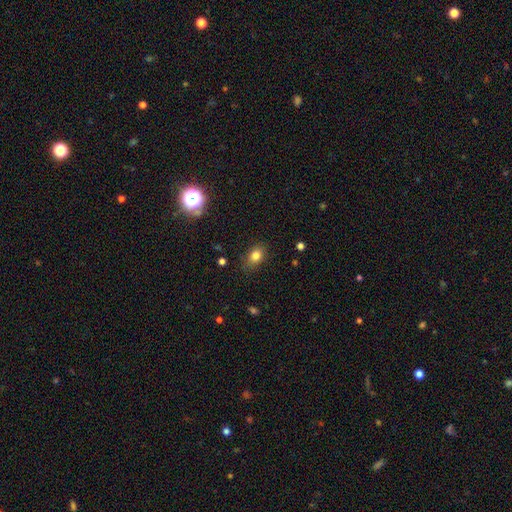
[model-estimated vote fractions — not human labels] Q: Smooth or featured?
A: smooth (81%); runner-up: star or artifact (11%)
Q: How rounded?
A: in between (69%); runner-up: round (29%)
Q: Merging?
A: none (80%); runner-up: minor disturbance (15%)